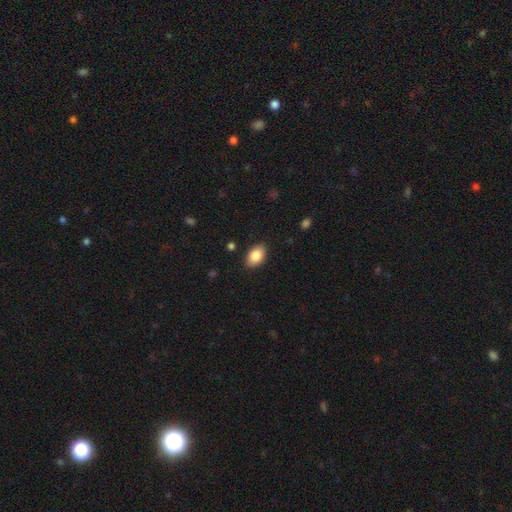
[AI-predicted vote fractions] A smooth galaxy with no disk features (85%) that is in between round and cigar-shaped (89%). Merging: none (87%).